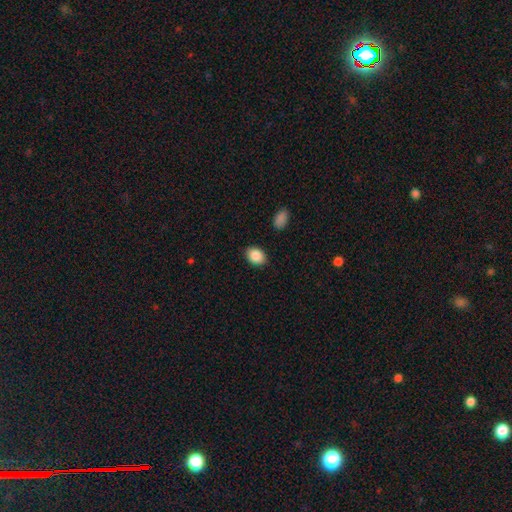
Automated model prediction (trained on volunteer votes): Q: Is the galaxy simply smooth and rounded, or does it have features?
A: smooth — 88%.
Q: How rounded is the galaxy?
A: in between — 75%.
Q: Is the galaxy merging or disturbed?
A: none — 88%.